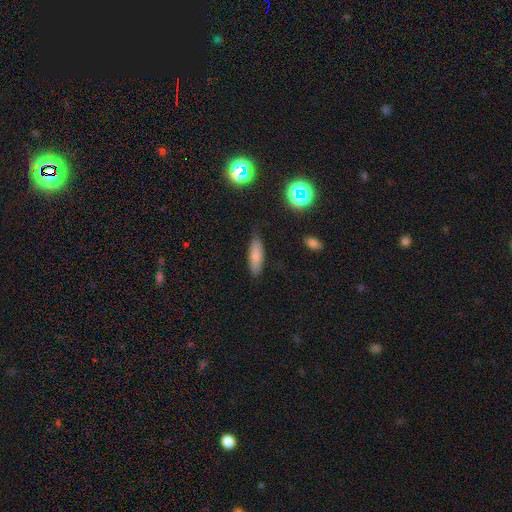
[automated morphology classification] smooth_or_featured: smooth (p=0.78) [alt: featured or disk p=0.13]
how_rounded: in between (p=0.51) [alt: cigar-shaped p=0.47]
merging: none (p=0.82) [alt: minor disturbance p=0.13]